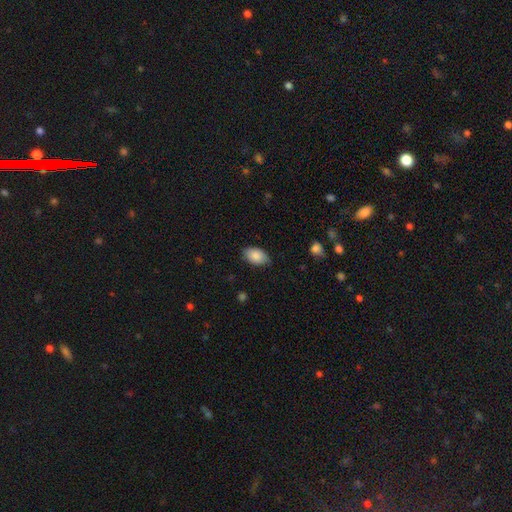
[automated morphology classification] This appears to be a smooth galaxy with no disk features (86%) that is in between round and cigar-shaped (92%). Merging: none (80%).